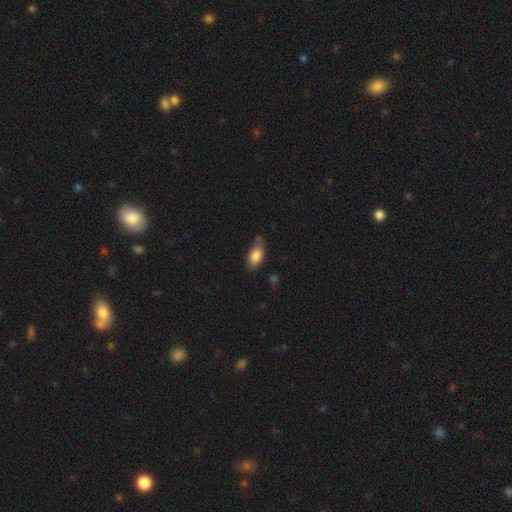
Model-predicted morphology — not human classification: This is clearly a smooth galaxy (84%). How rounded: clearly in between (91%). Merging: likely none (64%).